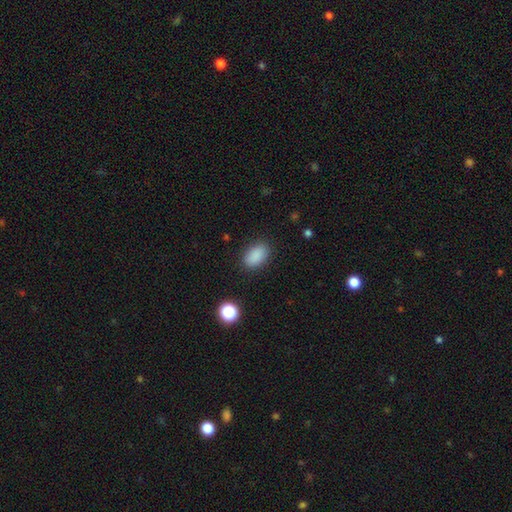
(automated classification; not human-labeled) Smooth or featured: smooth — 88% (star or artifact — 9%)
How rounded: in between — 90% (round — 8%)
Merging: none — 86% (minor disturbance — 10%)